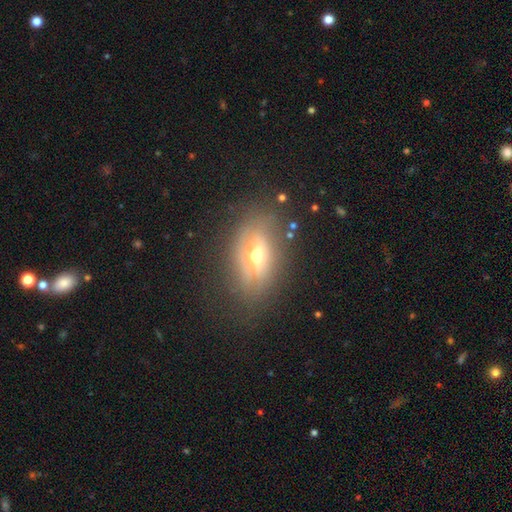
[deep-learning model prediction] Morphology: type=featured or disk (49%); merging=none (69%).